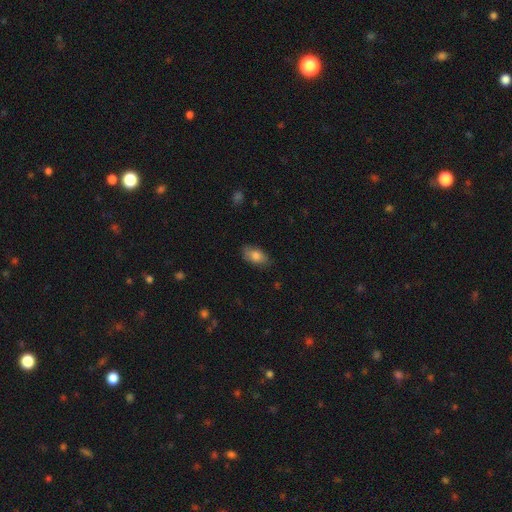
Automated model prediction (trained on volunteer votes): smooth_or_featured: smooth (p=0.79) [alt: featured or disk p=0.14]
how_rounded: in between (p=0.91) [alt: round p=0.05]
merging: none (p=0.78) [alt: minor disturbance p=0.17]